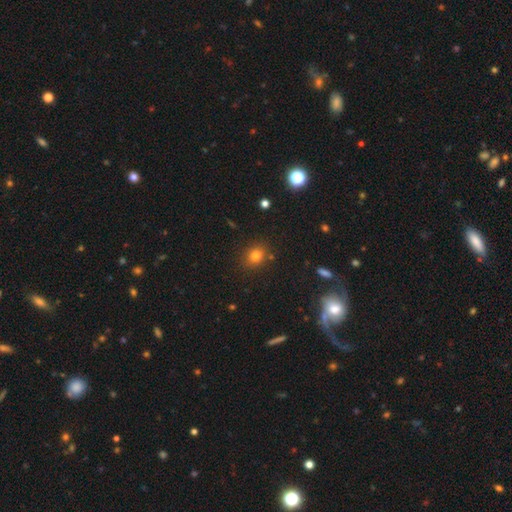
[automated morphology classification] This is likely a smooth galaxy (78%). How rounded: likely round (63%). Merging: clearly none (83%).